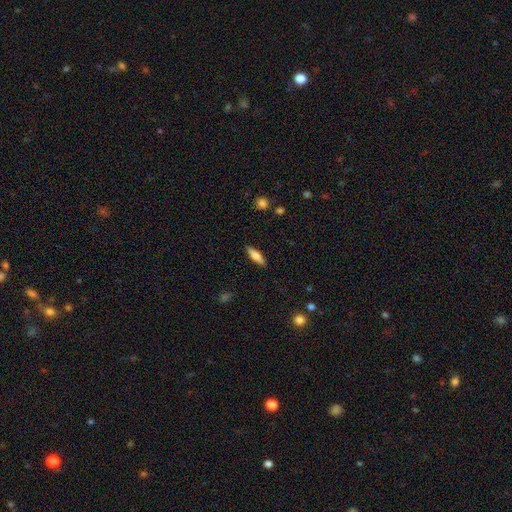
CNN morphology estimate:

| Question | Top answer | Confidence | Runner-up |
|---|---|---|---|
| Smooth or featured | smooth | 64% | featured or disk (30%) |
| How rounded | cigar-shaped | 64% | in between (34%) |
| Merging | none | 88% | minor disturbance (8%) |